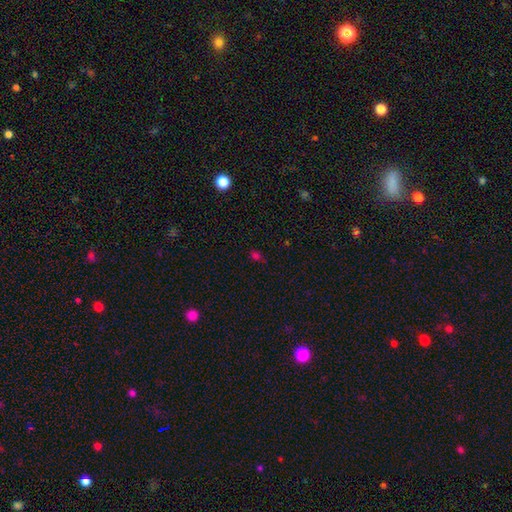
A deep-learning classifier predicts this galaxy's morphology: This is possibly a smooth galaxy (55%). How rounded: possibly in between (57%). Merging: likely none (67%).